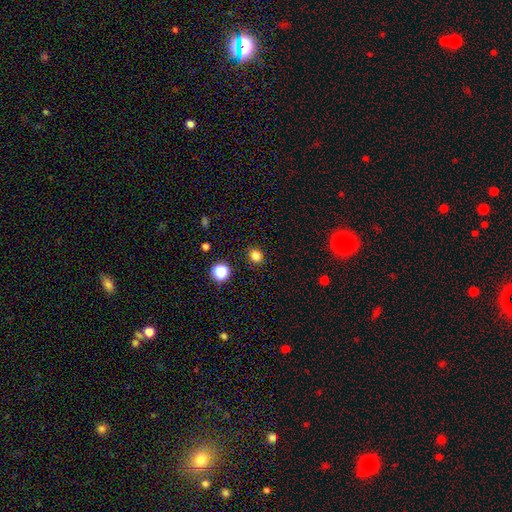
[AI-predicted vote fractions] A smooth galaxy with no disk features (81%) that is round (81%). Merging: none (90%).